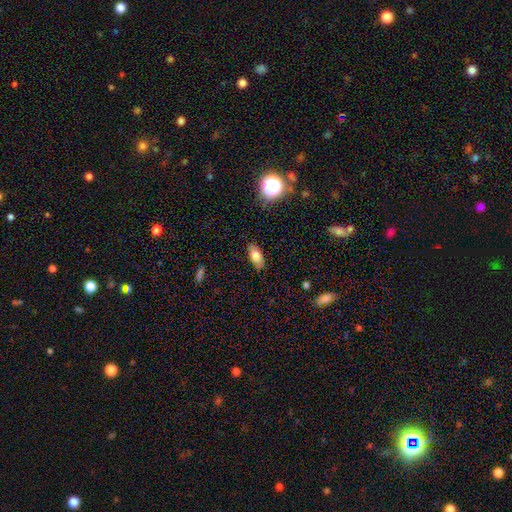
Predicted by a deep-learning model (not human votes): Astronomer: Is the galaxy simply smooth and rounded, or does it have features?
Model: smooth — 75%.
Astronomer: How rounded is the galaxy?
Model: in between — 87%.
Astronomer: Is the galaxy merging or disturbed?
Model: none — 84%.